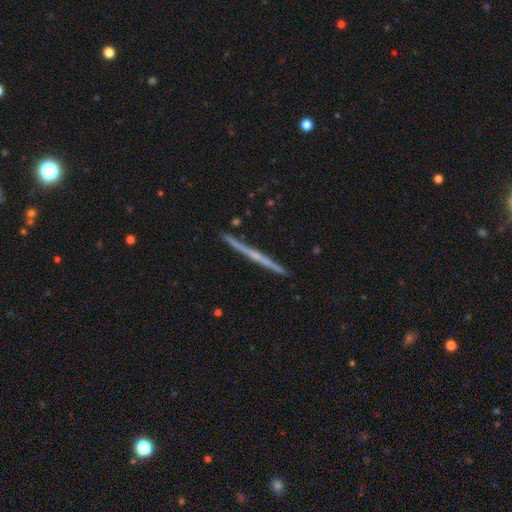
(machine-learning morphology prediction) This is likely a featured or disk galaxy (70%). It is clearly viewed edge-on (98%). Edge-on bulge: likely none (61%). Merging: clearly none (90%).